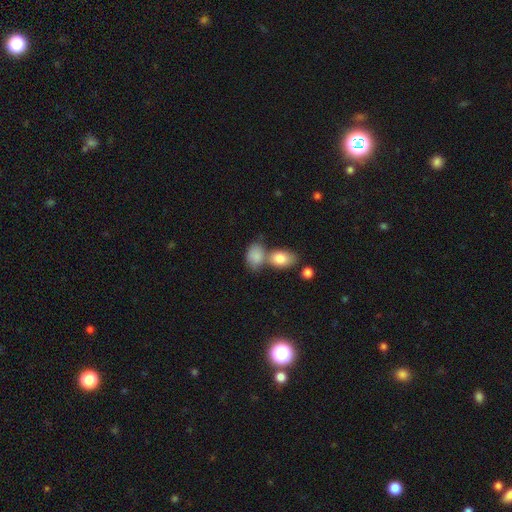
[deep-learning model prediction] Q: Smooth or featured?
A: smooth (84%); runner-up: featured or disk (9%)
Q: How rounded?
A: in between (82%); runner-up: round (16%)
Q: Merging?
A: merger (46%); runner-up: none (35%)